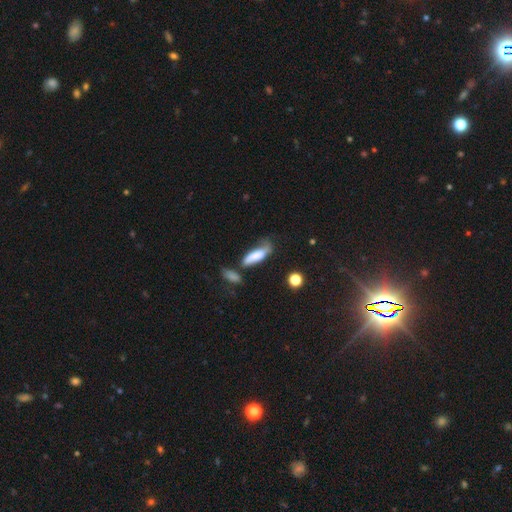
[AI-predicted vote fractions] The model was most divided on "merging": none: 34%, minor disturbance: 28%, major disturbance: 21%, merger: 18%. More confident: smooth or featured — smooth (65%); how rounded — in between (58%).